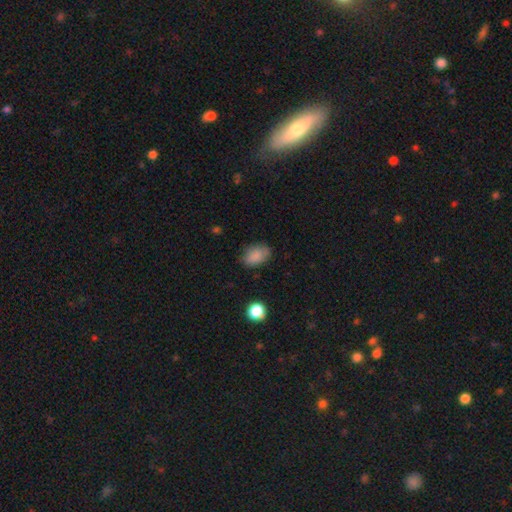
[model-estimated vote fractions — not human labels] Smooth or featured: smooth — 86% (star or artifact — 9%)
How rounded: in between — 85% (round — 14%)
Merging: none — 77% (minor disturbance — 18%)